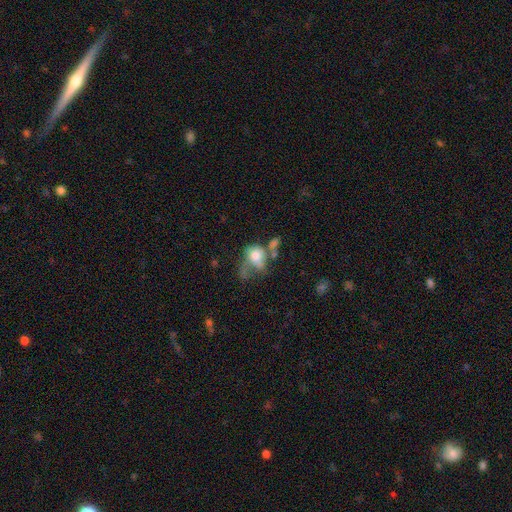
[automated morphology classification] Smooth or featured?
  - smooth: 62% *
  - featured or disk: 28%
  - star or artifact: 10%
How rounded?
  - in between: 50% *
  - round: 48%
  - cigar-shaped: 2%
Merging?
  - major disturbance: 39% *
  - merger: 27%
  - none: 17%
  - minor disturbance: 17%